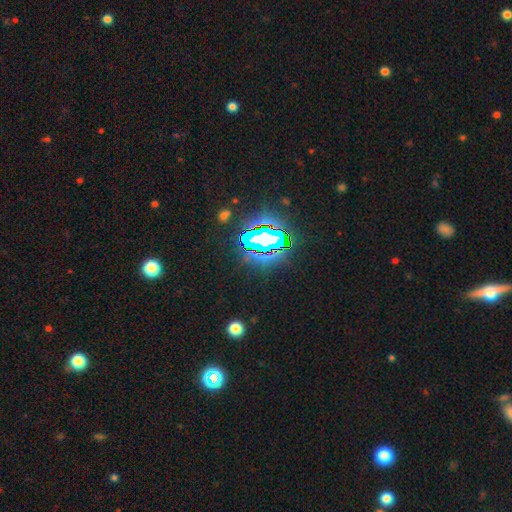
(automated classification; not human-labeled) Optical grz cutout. It shows a star or artifact, not a galaxy (81%).